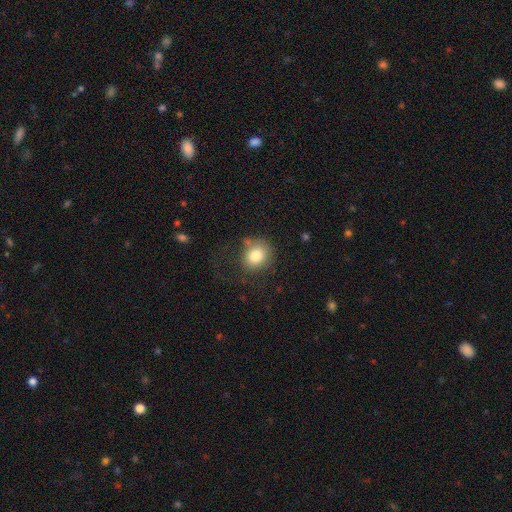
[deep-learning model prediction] smooth 80%, featured or disk 10%, star or artifact 9%. Down the decision tree: how rounded — round (71%); merging — none (62%).